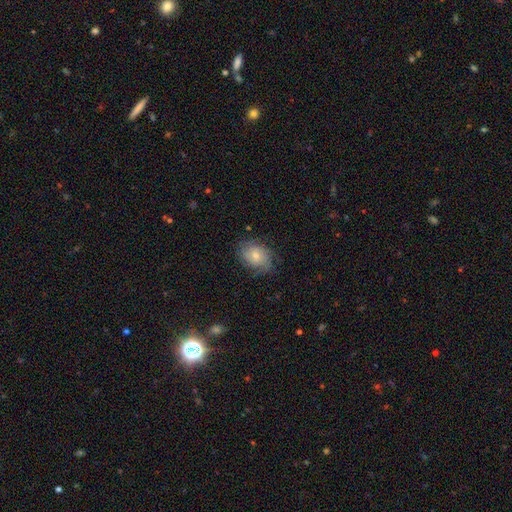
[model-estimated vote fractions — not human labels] Smooth or featured: smooth — 47% (featured or disk — 45%)
Merging: none — 68% (minor disturbance — 22%)